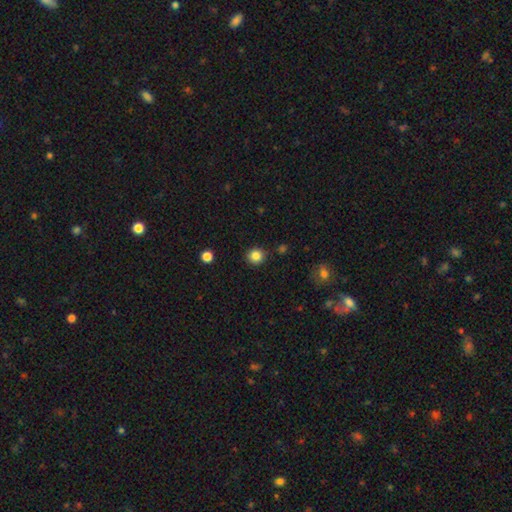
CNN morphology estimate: smooth_or_featured: smooth (p=0.85) [alt: star or artifact p=0.11]
how_rounded: round (p=0.90) [alt: in between p=0.09]
merging: none (p=0.89) [alt: minor disturbance p=0.07]